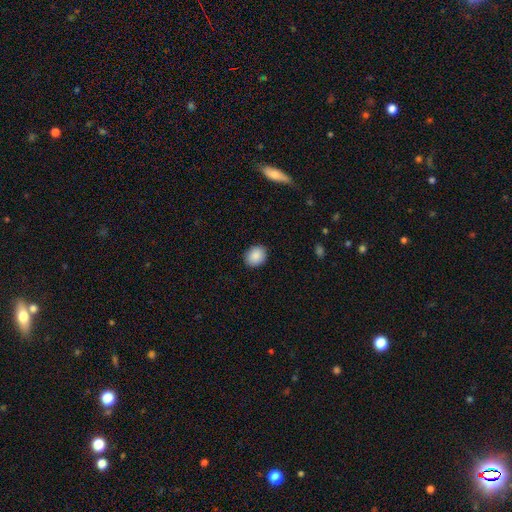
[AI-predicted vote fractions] This appears to be a smooth galaxy with no disk features (89%) that is round (63%). Merging: none (89%).